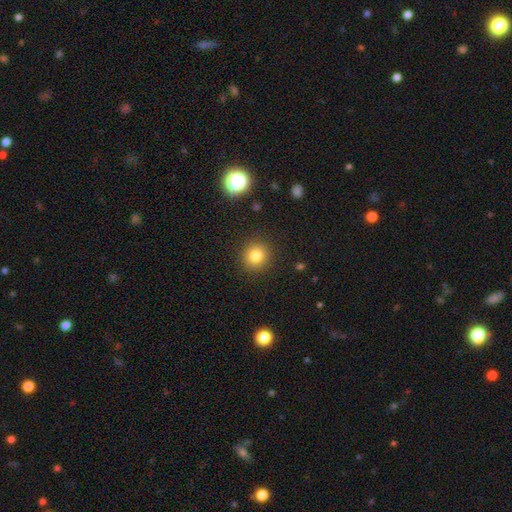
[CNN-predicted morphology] This is clearly a smooth galaxy (81%). How rounded: clearly round (90%). Merging: clearly none (90%).